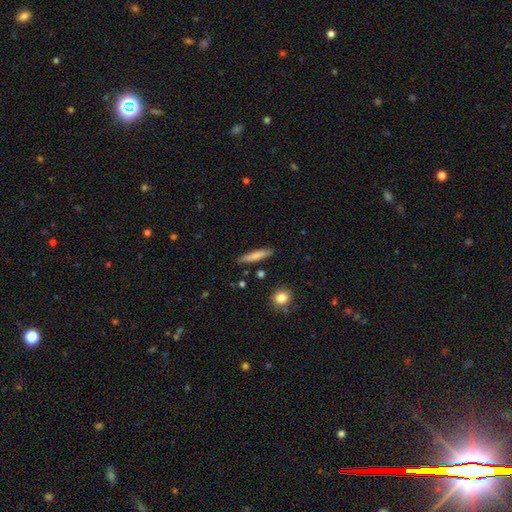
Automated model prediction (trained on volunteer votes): Q: Smooth or featured?
A: smooth (76%); runner-up: featured or disk (17%)
Q: How rounded?
A: cigar-shaped (87%); runner-up: in between (11%)
Q: Merging?
A: none (87%); runner-up: minor disturbance (9%)